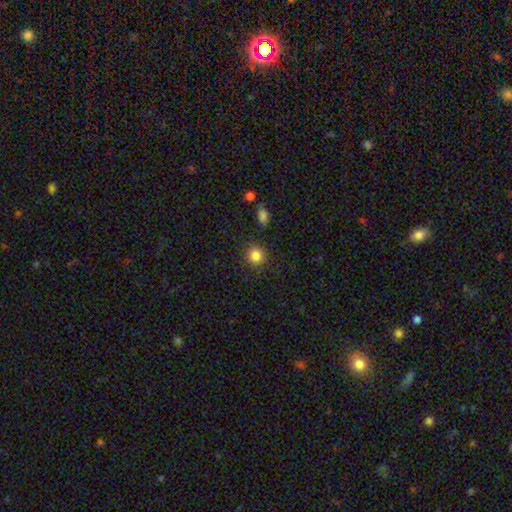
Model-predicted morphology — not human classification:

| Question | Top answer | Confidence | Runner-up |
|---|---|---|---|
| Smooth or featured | smooth | 85% | star or artifact (10%) |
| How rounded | round | 91% | in between (8%) |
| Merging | none | 88% | minor disturbance (7%) |